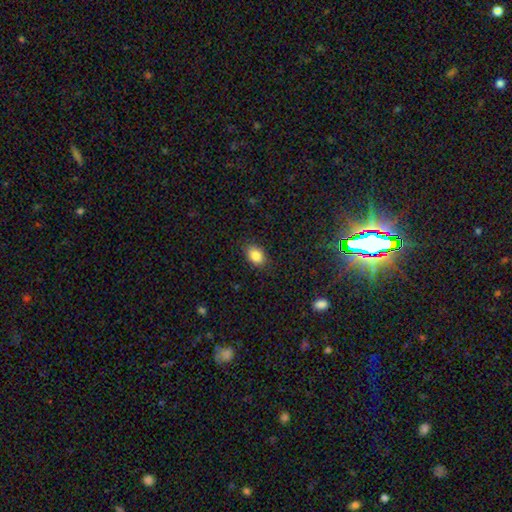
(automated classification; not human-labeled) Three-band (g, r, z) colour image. It shows a smooth galaxy with no disk features (85%) that is in between round and cigar-shaped (81%). Merging: none (86%).